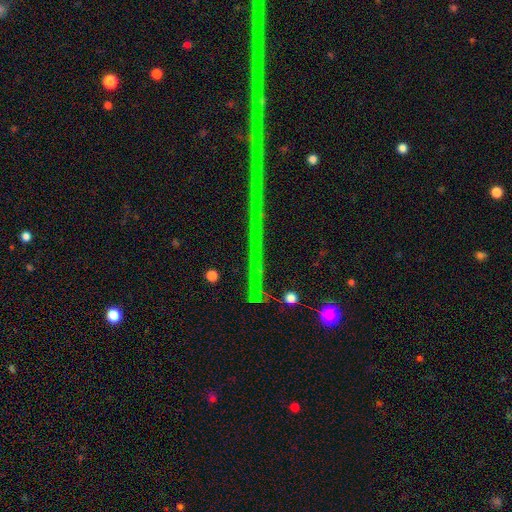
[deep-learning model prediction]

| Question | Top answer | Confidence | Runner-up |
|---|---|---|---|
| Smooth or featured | star or artifact | 83% | featured or disk (9%) |